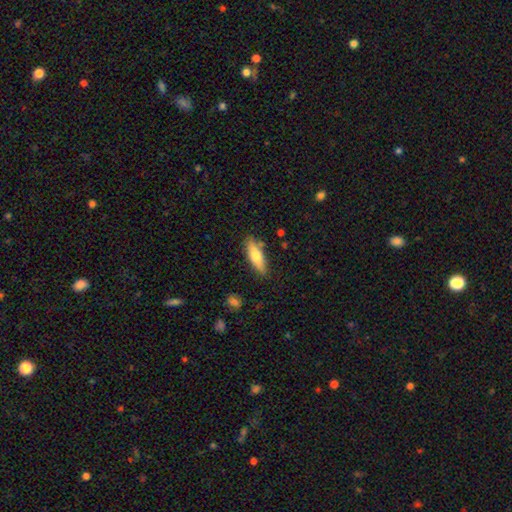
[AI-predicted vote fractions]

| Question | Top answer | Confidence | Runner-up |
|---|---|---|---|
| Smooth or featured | smooth | 67% | featured or disk (27%) |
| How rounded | in between | 49% | cigar-shaped (48%) |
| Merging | none | 80% | minor disturbance (14%) |